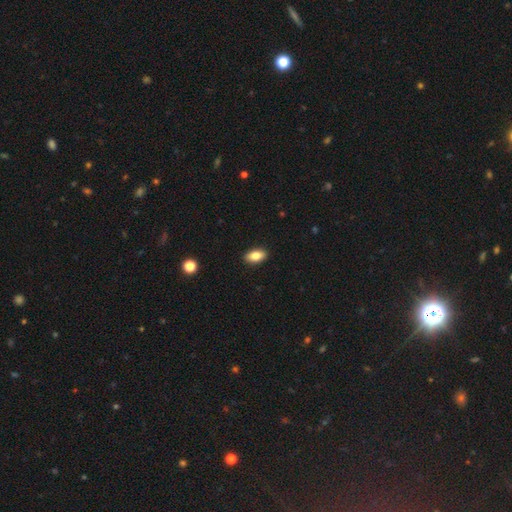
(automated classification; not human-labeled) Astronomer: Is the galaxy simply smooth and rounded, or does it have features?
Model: smooth — 82%.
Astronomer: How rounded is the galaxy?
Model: in between — 91%.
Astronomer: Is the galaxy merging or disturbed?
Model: none — 91%.